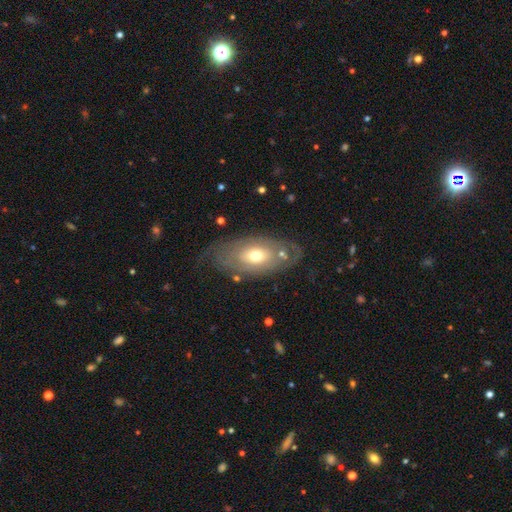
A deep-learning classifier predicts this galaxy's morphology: Smooth or featured? featured or disk (59%)
Edge-on disk? no (88%)
Bar? no (85%)
Spiral arms? no (54%)
Bulge size? moderate (64%)
Merging? none (64%)